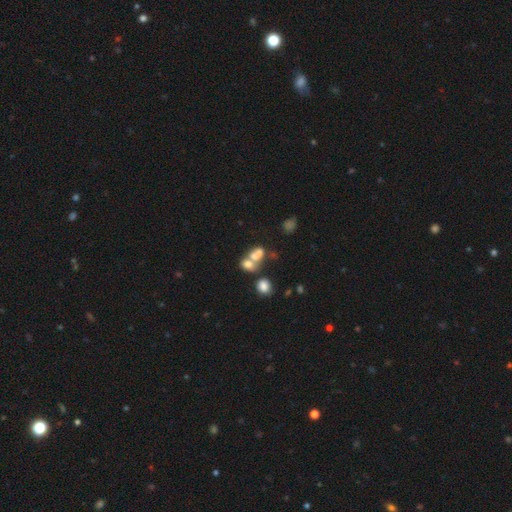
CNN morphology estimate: Q: Smooth or featured?
A: smooth (63%); runner-up: featured or disk (23%)
Q: How rounded?
A: in between (54%); runner-up: round (44%)
Q: Merging?
A: merger (63%); runner-up: none (22%)